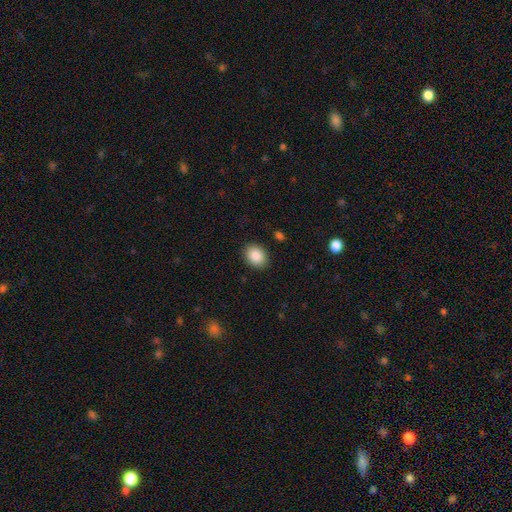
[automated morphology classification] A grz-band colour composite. It shows a smooth galaxy with no disk features (88%) that is in between round and cigar-shaped (59%). Merging: none (88%).